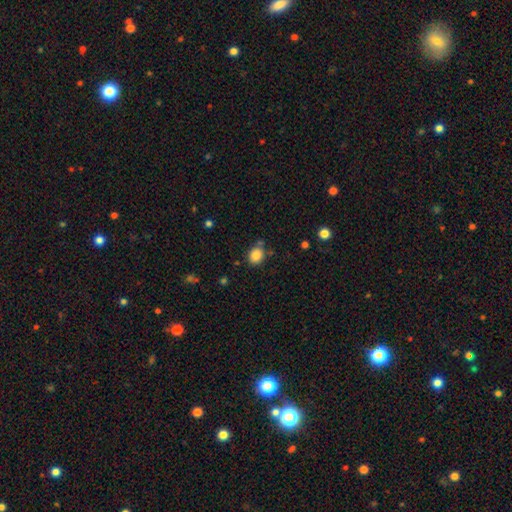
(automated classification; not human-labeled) The model was most divided on "how rounded": round: 61%, in between: 38%, cigar-shaped: 1%. More confident: smooth or featured — smooth (86%); merging — none (73%).